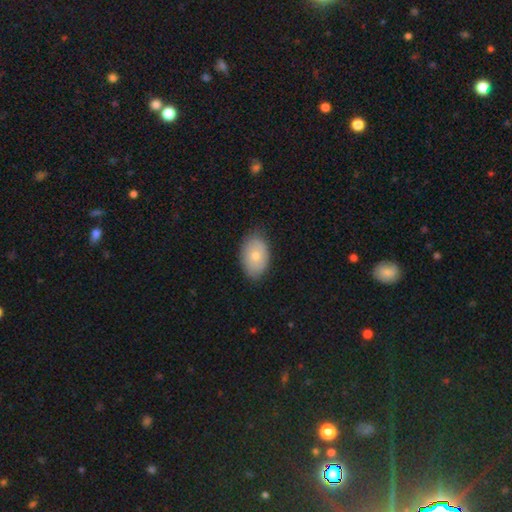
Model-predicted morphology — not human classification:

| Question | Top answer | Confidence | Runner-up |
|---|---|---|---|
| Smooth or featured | smooth | 69% | featured or disk (25%) |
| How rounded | in between | 87% | round (12%) |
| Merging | none | 80% | minor disturbance (16%) |